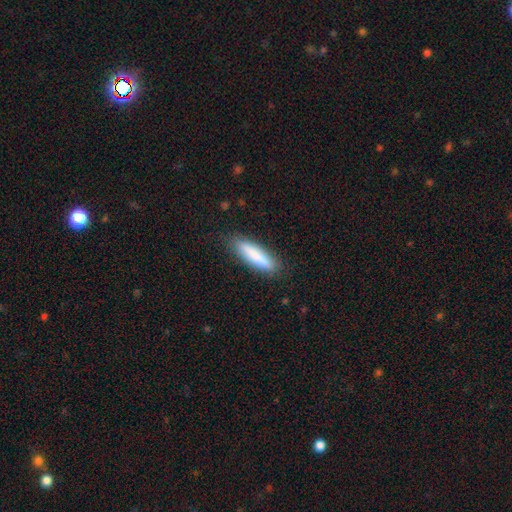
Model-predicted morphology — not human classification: A smooth galaxy with no disk features (84%) that is cigar-shaped (74%). Merging: none (86%).